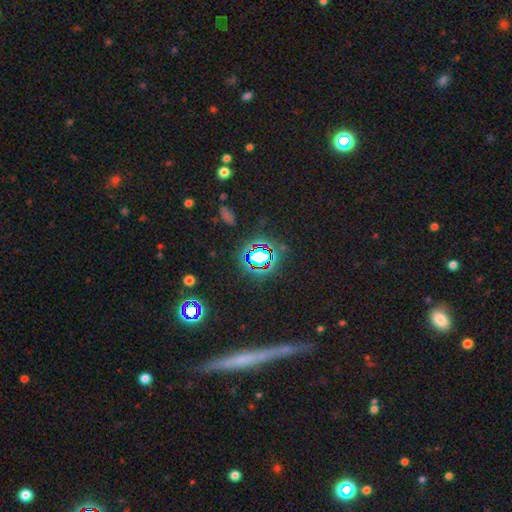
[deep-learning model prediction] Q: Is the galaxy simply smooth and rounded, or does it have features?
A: star or artifact — 70%.